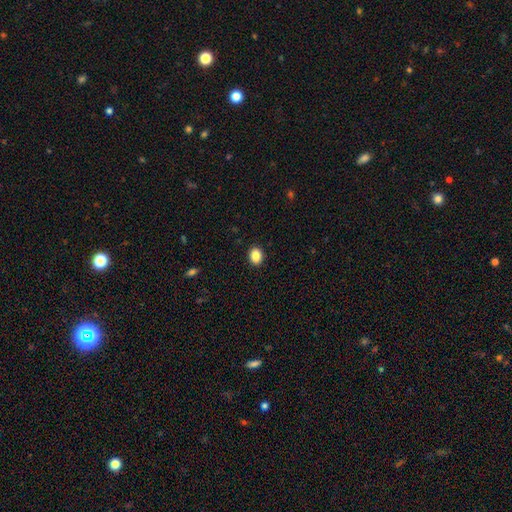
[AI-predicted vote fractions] A smooth galaxy with no disk features (87%) that is in between round and cigar-shaped (54%). Merging: none (91%).